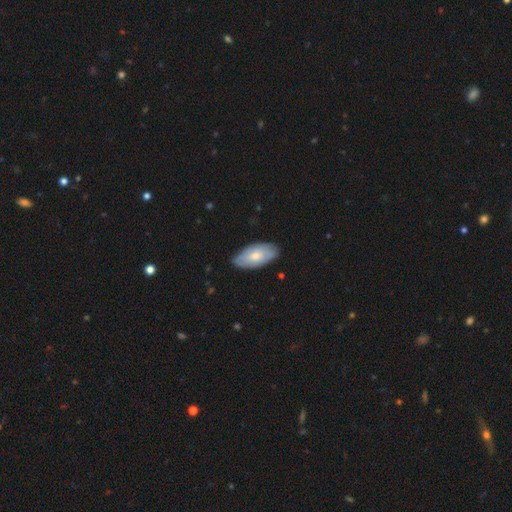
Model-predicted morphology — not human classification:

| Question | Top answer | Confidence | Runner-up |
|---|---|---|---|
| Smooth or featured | smooth | 61% | featured or disk (33%) |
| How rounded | in between | 93% | cigar-shaped (5%) |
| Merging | none | 79% | minor disturbance (17%) |